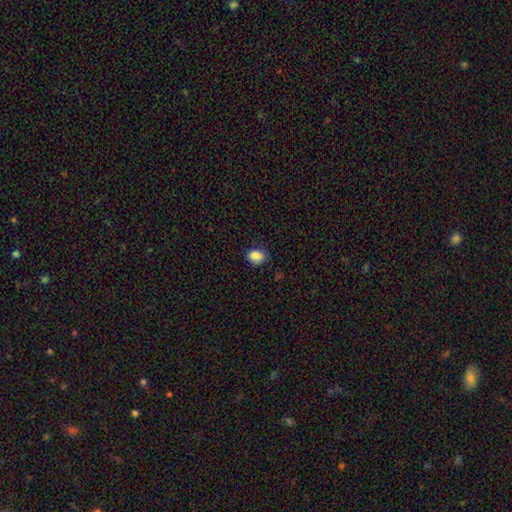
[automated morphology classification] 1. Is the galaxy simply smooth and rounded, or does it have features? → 87% smooth, 9% star or artifact, 4% featured or disk.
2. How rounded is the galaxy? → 71% in between, 28% round, 1% cigar-shaped.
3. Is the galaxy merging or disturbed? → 80% none, 16% minor disturbance, 3% major disturbance, 1% merger.